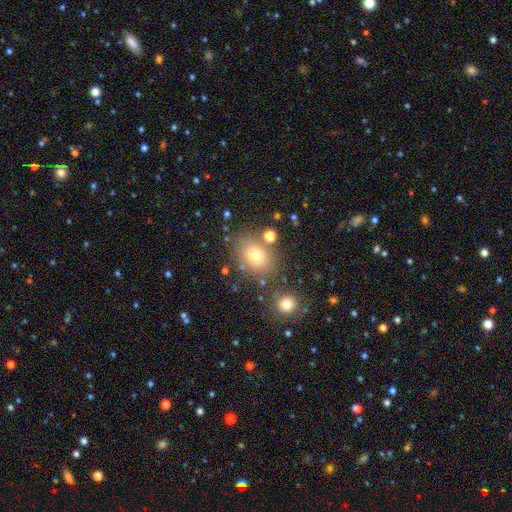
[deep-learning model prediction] A smooth galaxy with no disk features (71%) that is round (50%). Merging: none (74%).